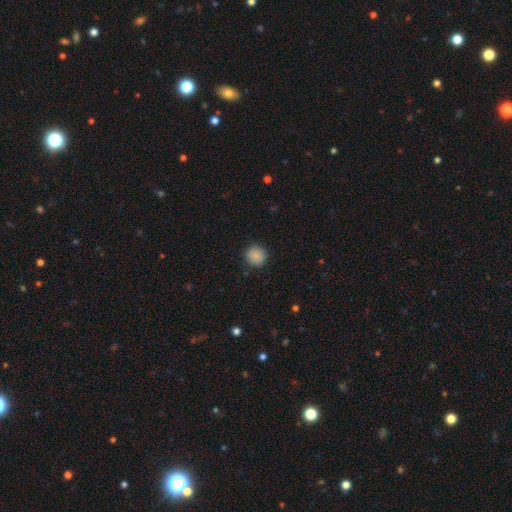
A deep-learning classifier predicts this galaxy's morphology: A smooth galaxy with no disk features (87%) that is round (93%). Merging: none (89%).